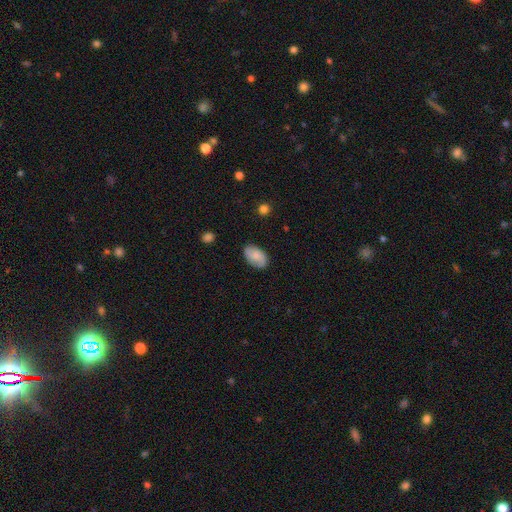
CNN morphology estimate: Smooth or featured: smooth — 70% (featured or disk — 23%)
How rounded: in between — 93% (round — 6%)
Merging: none — 81% (minor disturbance — 15%)